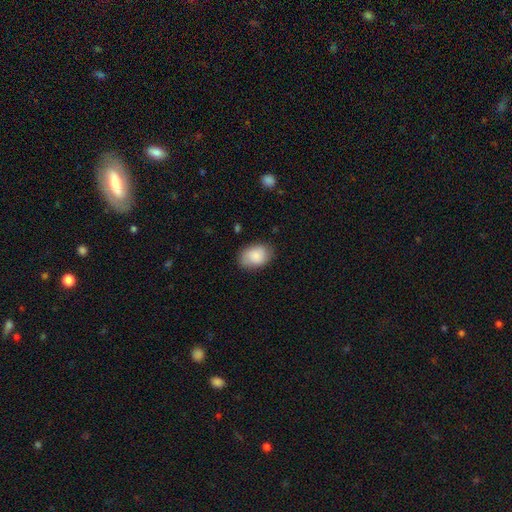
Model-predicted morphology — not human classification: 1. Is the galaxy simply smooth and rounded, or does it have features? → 83% smooth, 11% featured or disk, 7% star or artifact.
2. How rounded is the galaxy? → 78% in between, 21% round, 1% cigar-shaped.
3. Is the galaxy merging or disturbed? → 79% none, 16% minor disturbance, 4% major disturbance, 1% merger.